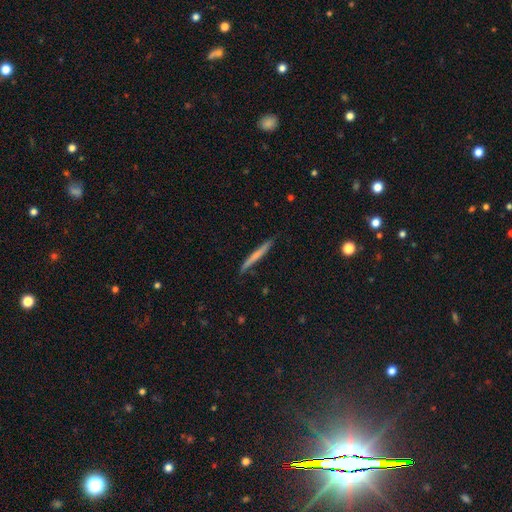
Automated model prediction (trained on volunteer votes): smooth_or_featured: smooth (p=0.56) [alt: featured or disk p=0.38]
how_rounded: cigar-shaped (p=0.96) [alt: in between p=0.02]
merging: none (p=0.85) [alt: minor disturbance p=0.11]